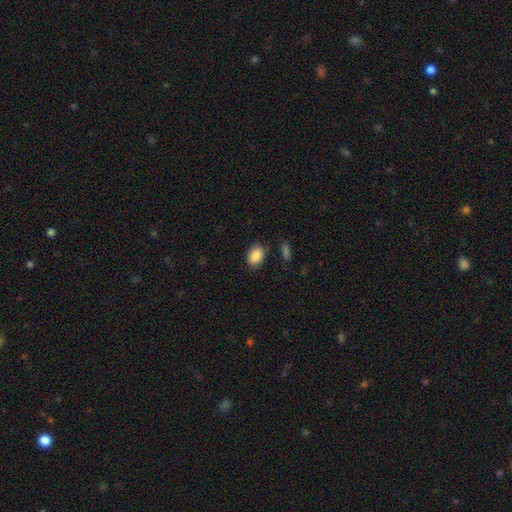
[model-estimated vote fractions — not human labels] smooth-or-featured: smooth: 88% | star or artifact: 7% | featured or disk: 4%
  how-rounded: in between: 82% | round: 16% | cigar-shaped: 1%
  merging: none: 82% | minor disturbance: 12% | major disturbance: 3% | merger: 3%